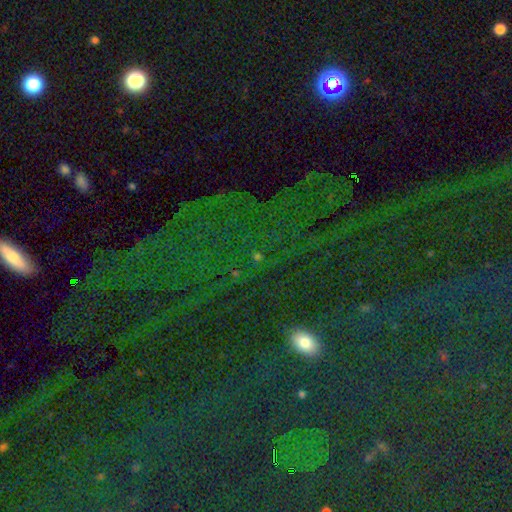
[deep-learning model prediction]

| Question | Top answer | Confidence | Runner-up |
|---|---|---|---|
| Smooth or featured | star or artifact | 50% | smooth (41%) |